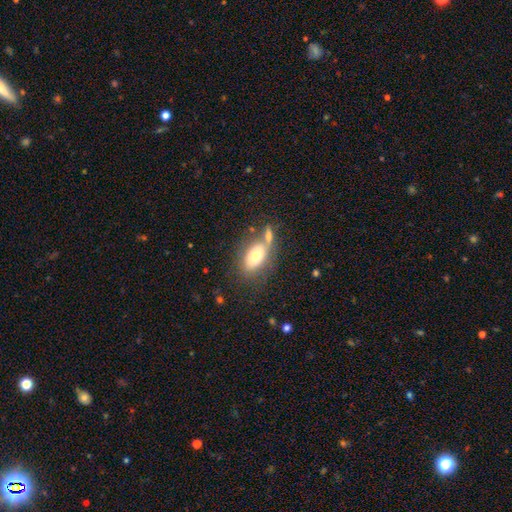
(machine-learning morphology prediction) This appears to be a smooth galaxy with no disk features (71%) that is in between round and cigar-shaped (89%). Merging: none (50%).